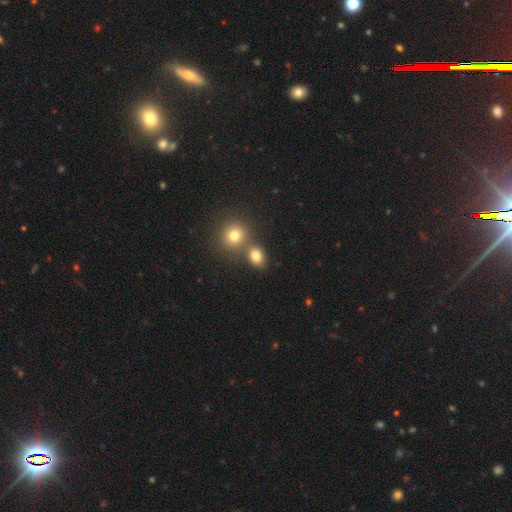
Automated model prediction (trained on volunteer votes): Morphology: type=smooth (79%); roundness=in between (56%); merging=none (61%).